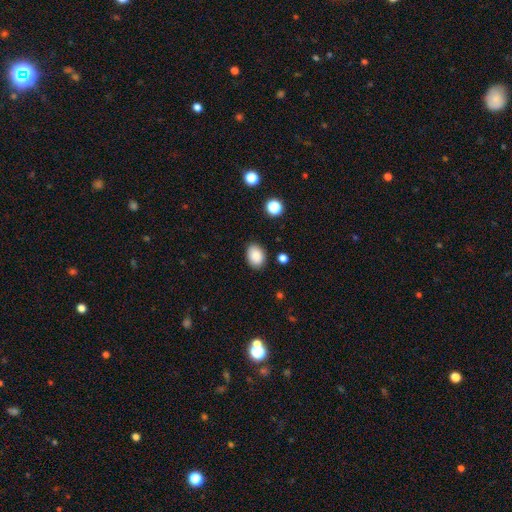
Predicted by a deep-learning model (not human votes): smooth-or-featured: smooth: 87% | star or artifact: 8% | featured or disk: 5%
  how-rounded: in between: 75% | round: 24% | cigar-shaped: 1%
  merging: none: 86% | minor disturbance: 10% | major disturbance: 3% | merger: 2%